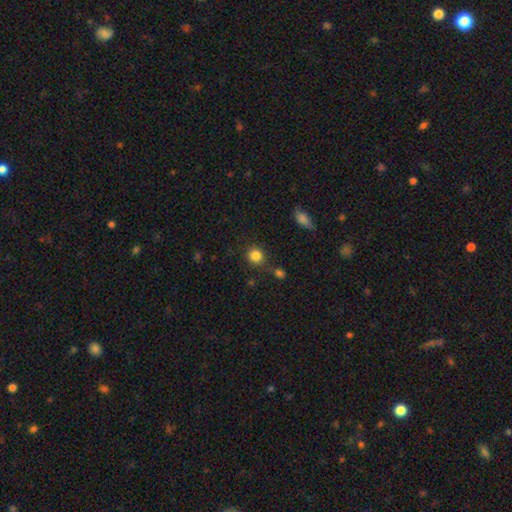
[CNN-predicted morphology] Smooth or featured? smooth (84%)
How rounded? round (91%)
Merging? none (79%)